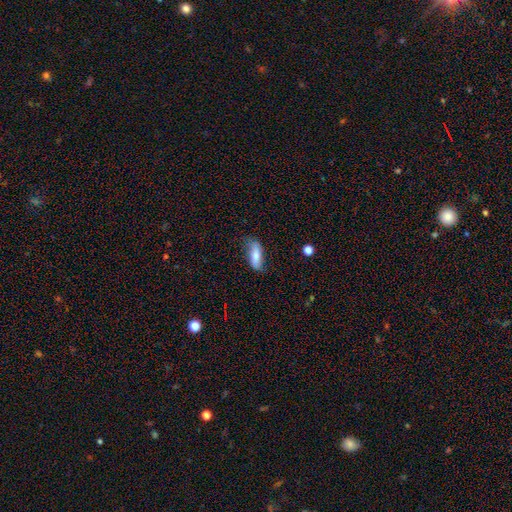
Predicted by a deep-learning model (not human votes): Morphology: type=smooth (65%); roundness=in between (73%); merging=none (62%).